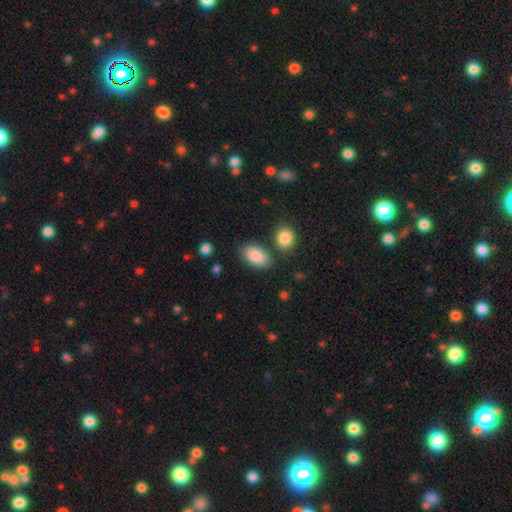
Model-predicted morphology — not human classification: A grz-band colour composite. It shows a smooth galaxy with no disk features (88%) that is in between round and cigar-shaped (93%). Merging: none (76%).